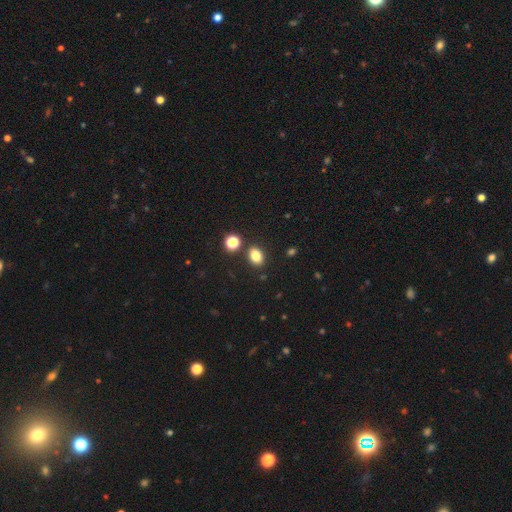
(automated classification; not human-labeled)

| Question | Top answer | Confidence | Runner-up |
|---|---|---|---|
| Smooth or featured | smooth | 81% | star or artifact (13%) |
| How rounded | in between | 73% | round (26%) |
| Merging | none | 82% | minor disturbance (9%) |